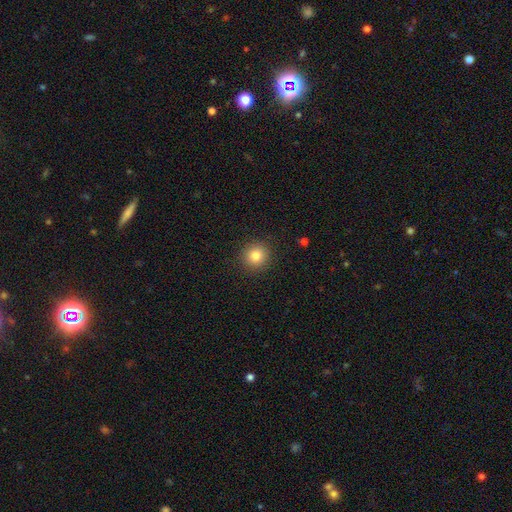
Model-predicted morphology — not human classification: A smooth galaxy with no disk features (82%) that is round (92%).

Vote fractions:
- Smooth or featured? smooth: 82% / star or artifact: 11% / featured or disk: 7%
- How rounded? round: 92% / in between: 7% / cigar-shaped: 1%
- Merging? none: 91% / minor disturbance: 6% / major disturbance: 2% / merger: 1%